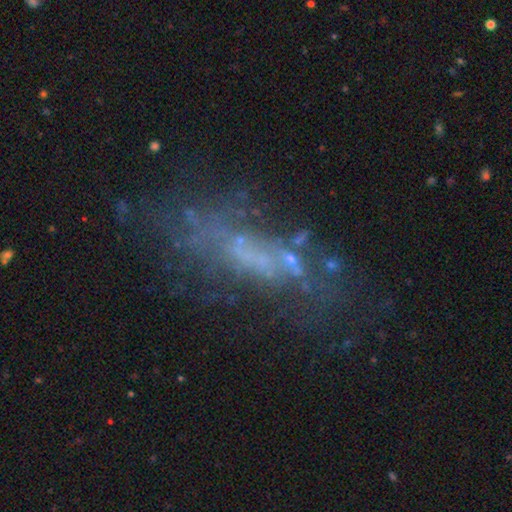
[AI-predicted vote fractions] Smooth or featured: featured or disk — 52% (smooth — 27%)
Edge-on disk: no — 79% (yes — 21%)
Merging: none — 52% (major disturbance — 22%)